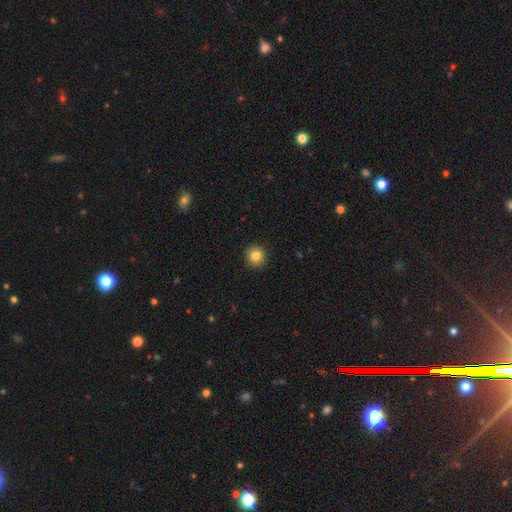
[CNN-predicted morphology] The model was most divided on "smooth or featured": smooth: 83%, star or artifact: 10%, featured or disk: 7%. More confident: how rounded — round (94%); merging — none (93%).